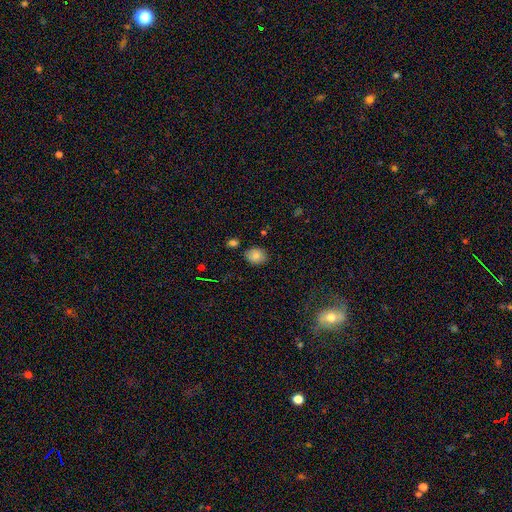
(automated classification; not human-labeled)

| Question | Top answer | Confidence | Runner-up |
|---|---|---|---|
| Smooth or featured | smooth | 83% | star or artifact (10%) |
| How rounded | in between | 52% | round (47%) |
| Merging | none | 79% | minor disturbance (13%) |